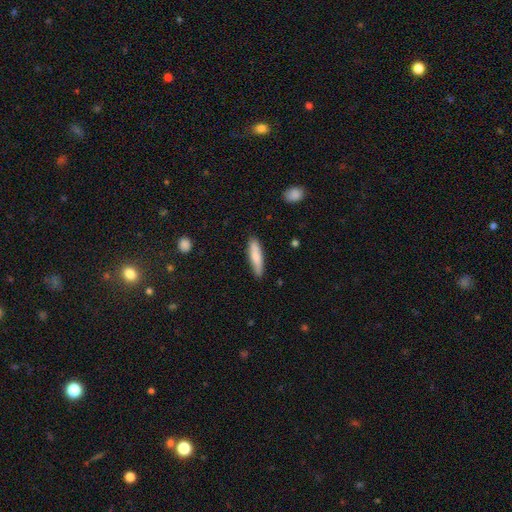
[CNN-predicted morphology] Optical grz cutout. It shows a smooth galaxy with no disk features (78%) that is cigar-shaped (78%). Merging: none (86%).